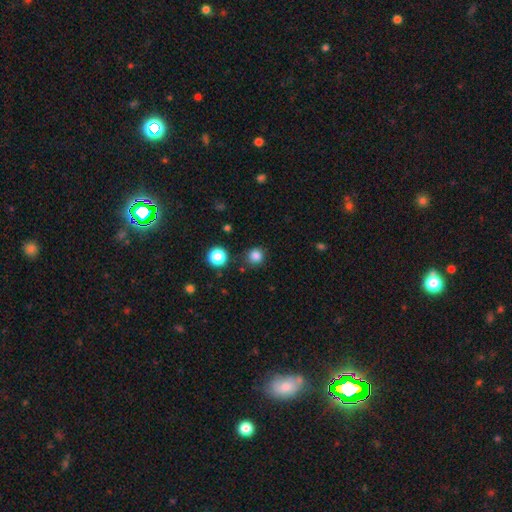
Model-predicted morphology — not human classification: Smooth or featured?
  - smooth: 83% *
  - star or artifact: 14%
  - featured or disk: 3%
How rounded?
  - round: 89% *
  - in between: 11%
  - cigar-shaped: 1%
Merging?
  - none: 84% *
  - minor disturbance: 10%
  - merger: 3%
  - major disturbance: 3%